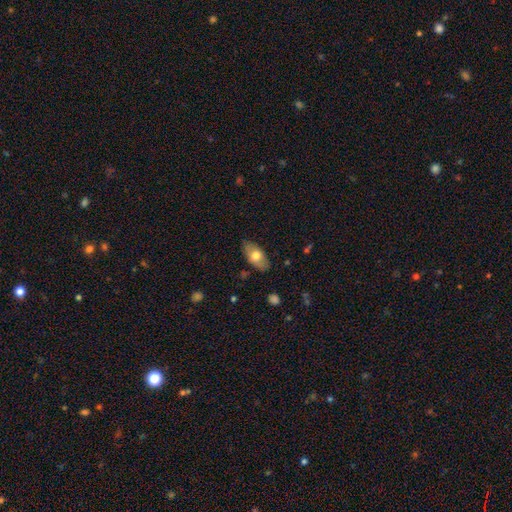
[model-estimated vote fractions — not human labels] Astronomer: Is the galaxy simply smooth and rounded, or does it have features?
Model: smooth — 68%.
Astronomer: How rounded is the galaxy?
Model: in between — 92%.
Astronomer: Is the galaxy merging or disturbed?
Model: none — 82%.